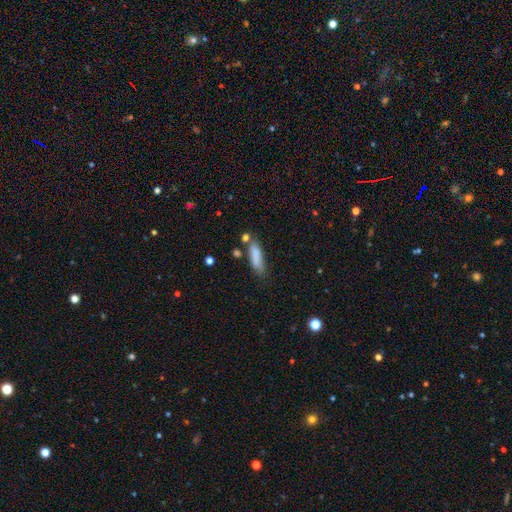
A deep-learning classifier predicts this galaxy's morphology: Smooth or featured: smooth — 83% (featured or disk — 10%)
How rounded: cigar-shaped — 56% (in between — 41%)
Merging: none — 60% (minor disturbance — 23%)